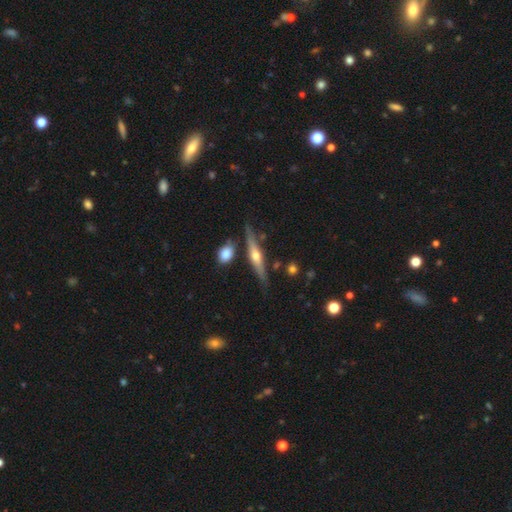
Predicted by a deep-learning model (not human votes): Overall: featured or disk (69%). Edge-on disk: yes (95%). Edge-on bulge: rounded (91%). Merging: none (79%).